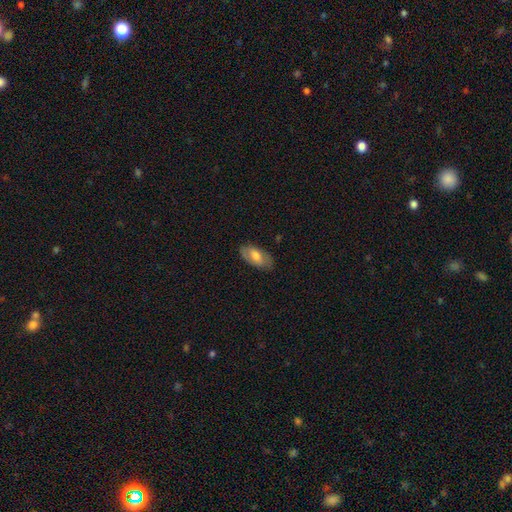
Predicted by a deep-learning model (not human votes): Smooth or featured? Predicted: smooth (p=0.60). How rounded? Predicted: in between (p=0.93). Merging? Predicted: none (p=0.77).